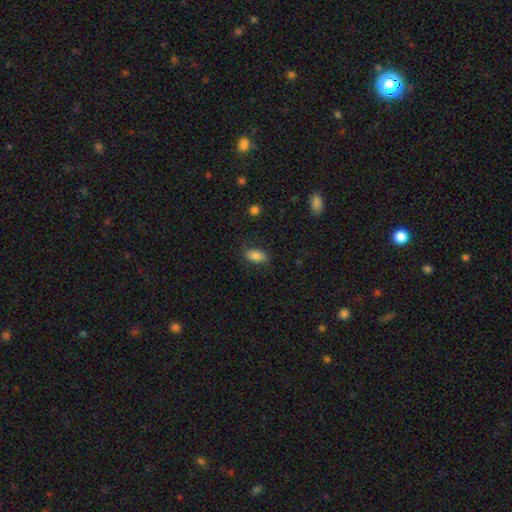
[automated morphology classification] type=smooth (84%); roundness=in between (91%); merging=none (78%).